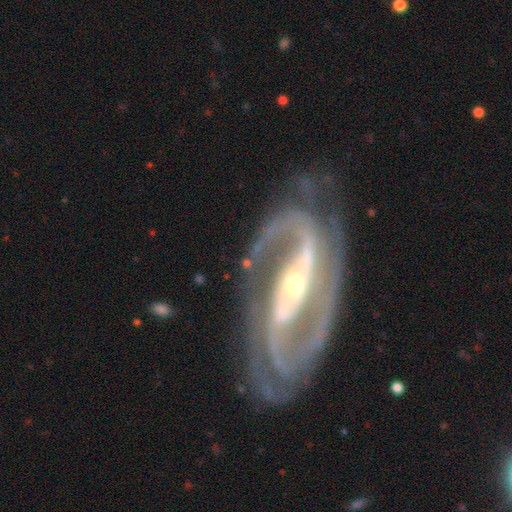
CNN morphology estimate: smooth_or_featured: featured or disk (p=0.92) [alt: star or artifact p=0.05]
disk_edge_on: no (p=0.95) [alt: yes p=0.05]
bar: strong (p=0.64) [alt: weak p=0.22]
has_spiral_arms: yes (p=0.98) [alt: no p=0.02]
spiral_winding: medium (p=0.50) [alt: tight p=0.36]
spiral_arm_count: 2 (p=0.79) [alt: 3 p=0.08]
bulge_size: small (p=0.65) [alt: moderate p=0.30]
merging: none (p=0.73) [alt: minor disturbance p=0.16]